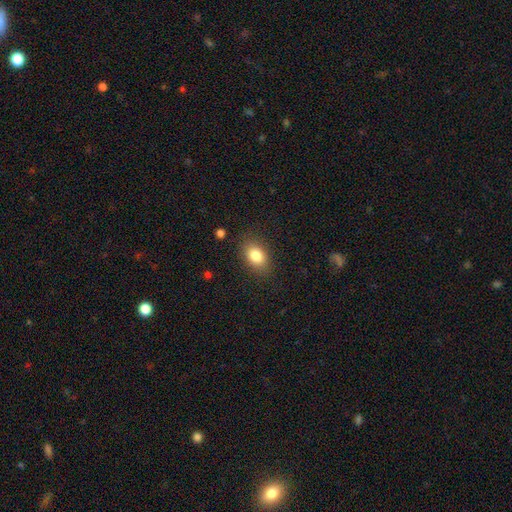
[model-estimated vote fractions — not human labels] A smooth galaxy with no disk features (84%) that is in between round and cigar-shaped (85%).

Vote fractions:
- Smooth or featured? smooth: 84% / star or artifact: 8% / featured or disk: 8%
- How rounded? in between: 85% / round: 14% / cigar-shaped: 2%
- Merging? none: 84% / minor disturbance: 11% / major disturbance: 3% / merger: 1%